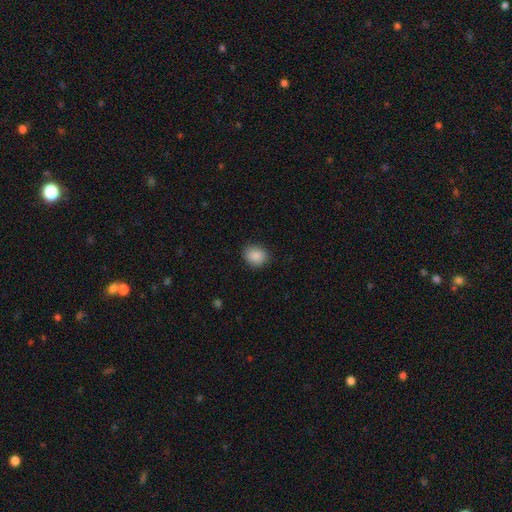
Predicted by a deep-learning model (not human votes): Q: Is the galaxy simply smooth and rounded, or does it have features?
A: smooth — 88%.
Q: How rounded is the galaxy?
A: round — 64%.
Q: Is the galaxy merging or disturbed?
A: none — 88%.